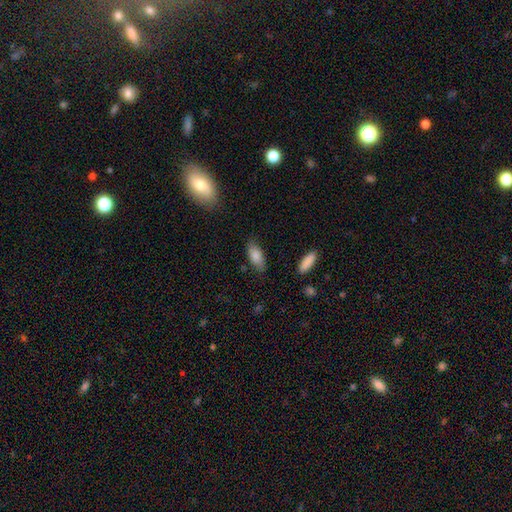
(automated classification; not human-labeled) smooth-or-featured: smooth: 82% | featured or disk: 11% | star or artifact: 6%
  how-rounded: in between: 82% | cigar-shaped: 15% | round: 2%
  merging: none: 78% | minor disturbance: 17% | major disturbance: 4% | merger: 2%